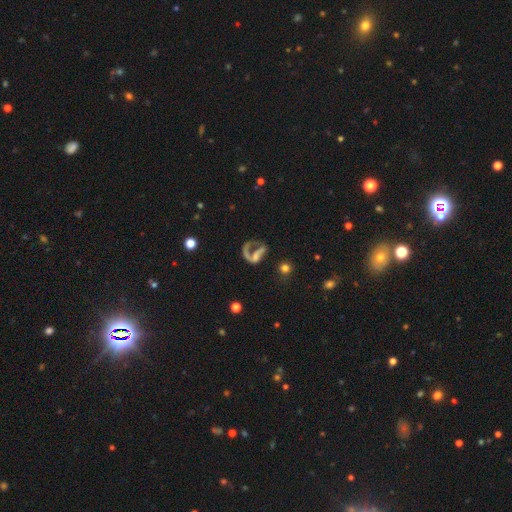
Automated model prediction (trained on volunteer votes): featured or disk 60%, smooth 23%, star or artifact 17%. Down the decision tree: edge-on disk — no (95%); bar — no (63%); spiral arms — yes (57%); bulge size — none (46%); merging — major disturbance (43%).